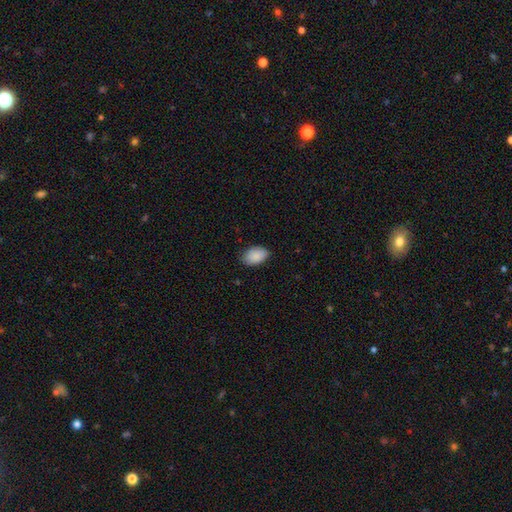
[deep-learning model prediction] smooth 89%, star or artifact 6%, featured or disk 5%. Down the decision tree: how rounded — in between (89%); merging — none (79%).